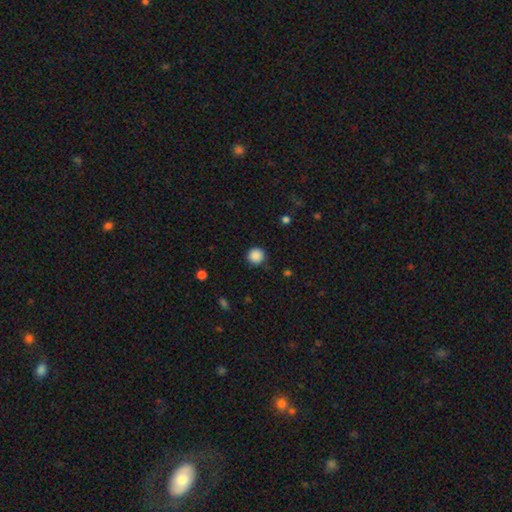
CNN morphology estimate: Smooth or featured: smooth — 87% (star or artifact — 10%)
How rounded: round — 95% (in between — 4%)
Merging: none — 89% (minor disturbance — 8%)